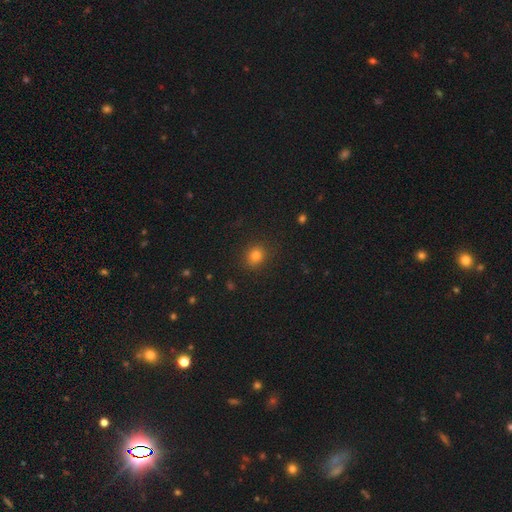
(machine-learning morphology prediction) Smooth or featured: smooth — 80% (star or artifact — 14%)
How rounded: round — 74% (in between — 25%)
Merging: none — 86% (minor disturbance — 9%)